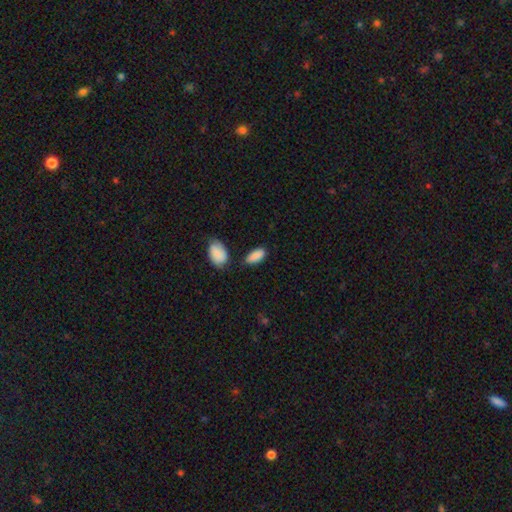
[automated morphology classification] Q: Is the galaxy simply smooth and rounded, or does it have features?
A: smooth — 88%.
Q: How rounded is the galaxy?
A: in between — 89%.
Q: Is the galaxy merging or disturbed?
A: none — 68%.